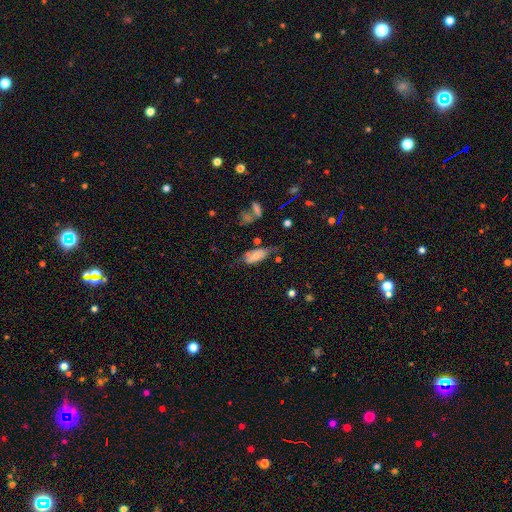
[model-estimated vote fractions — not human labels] This is likely a smooth galaxy (65%). How rounded: clearly in between (83%). Merging: marginally none (40%).